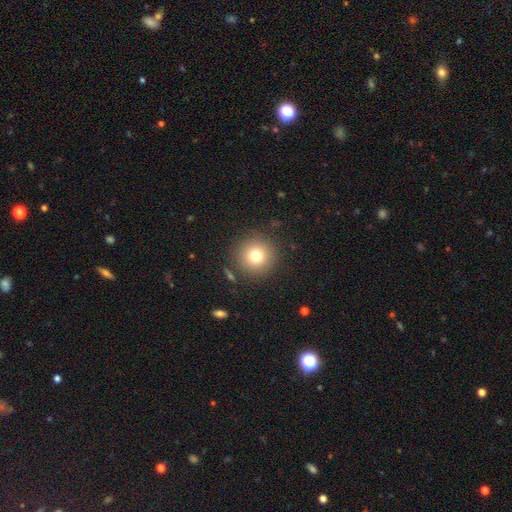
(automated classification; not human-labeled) Smooth or featured?
  - smooth: 77% *
  - star or artifact: 13%
  - featured or disk: 11%
How rounded?
  - round: 96% *
  - in between: 4%
  - cigar-shaped: 1%
Merging?
  - none: 88% *
  - minor disturbance: 7%
  - major disturbance: 3%
  - merger: 2%